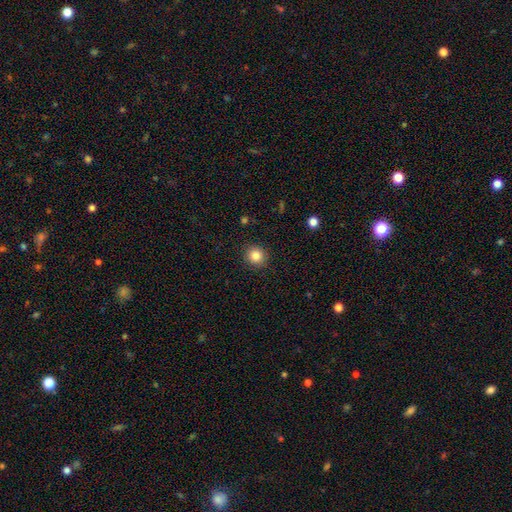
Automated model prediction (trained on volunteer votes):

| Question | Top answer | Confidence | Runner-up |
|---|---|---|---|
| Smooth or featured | smooth | 84% | star or artifact (11%) |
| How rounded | round | 92% | in between (7%) |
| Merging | none | 91% | minor disturbance (6%) |